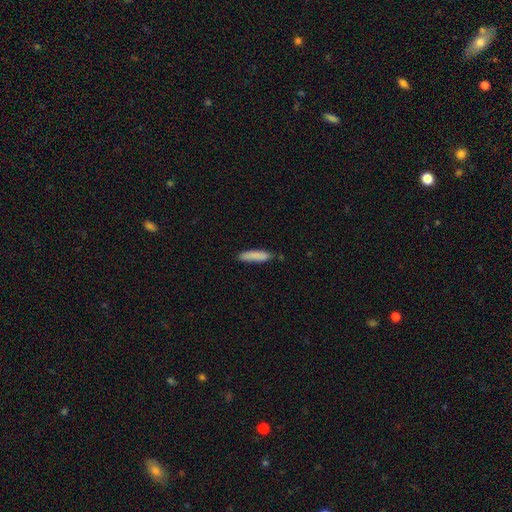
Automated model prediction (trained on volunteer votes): Morphology: type=smooth (86%); roundness=cigar-shaped (79%); merging=none (78%).